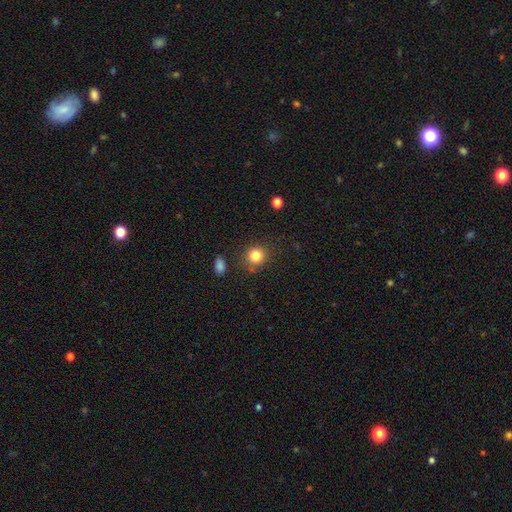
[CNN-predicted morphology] Smooth or featured: smooth — 83% (star or artifact — 11%)
How rounded: round — 85% (in between — 14%)
Merging: none — 81% (minor disturbance — 11%)